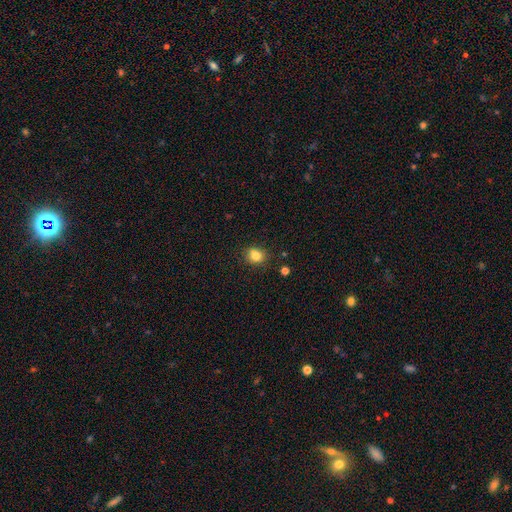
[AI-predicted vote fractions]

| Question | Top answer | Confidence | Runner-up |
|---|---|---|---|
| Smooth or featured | smooth | 80% | star or artifact (12%) |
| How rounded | round | 67% | in between (32%) |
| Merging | none | 71% | minor disturbance (17%) |